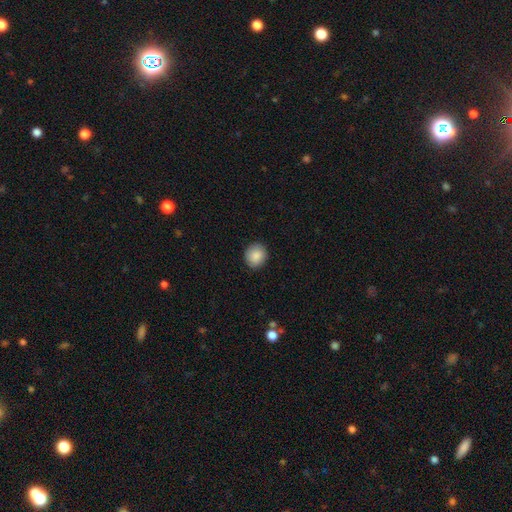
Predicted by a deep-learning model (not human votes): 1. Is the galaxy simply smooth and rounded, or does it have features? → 88% smooth, 8% star or artifact, 4% featured or disk.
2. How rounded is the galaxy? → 85% round, 14% in between, 1% cigar-shaped.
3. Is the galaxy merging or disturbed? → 89% none, 8% minor disturbance, 2% major disturbance, 1% merger.